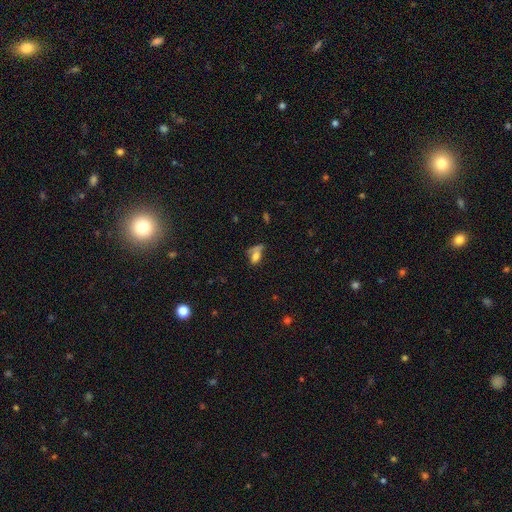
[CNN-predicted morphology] This appears to be a smooth galaxy with no disk features (66%) that is in between round and cigar-shaped (77%). Merging: none (30%).